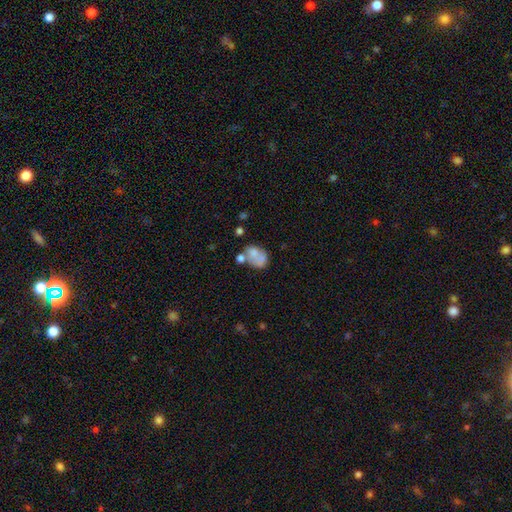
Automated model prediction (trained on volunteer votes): smooth_or_featured: smooth (p=0.65) [alt: featured or disk p=0.25]
how_rounded: in between (p=0.66) [alt: round p=0.32]
merging: merger (p=0.33) [tied with: none p=0.33]